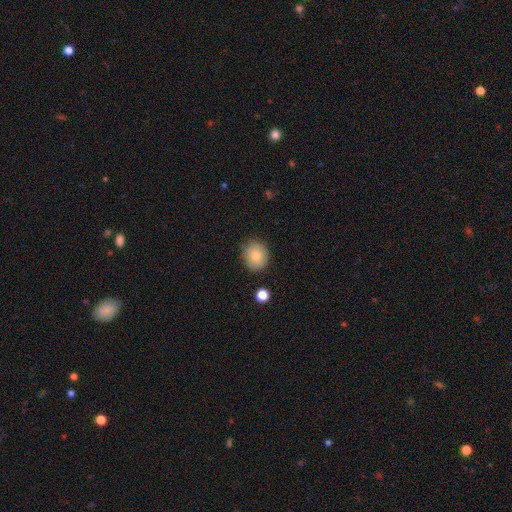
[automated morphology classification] Smooth or featured: smooth — 79% (featured or disk — 11%)
How rounded: round — 78% (in between — 21%)
Merging: none — 85% (minor disturbance — 11%)